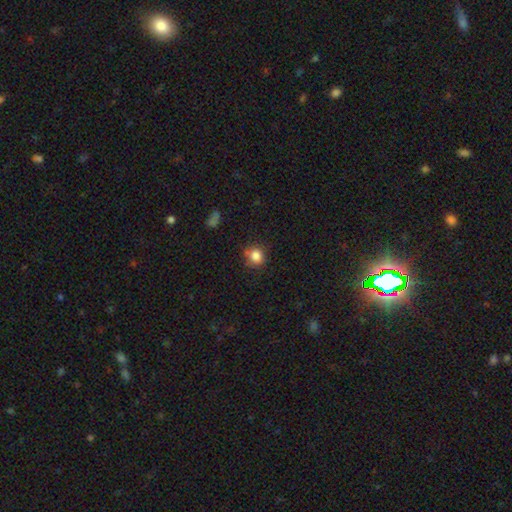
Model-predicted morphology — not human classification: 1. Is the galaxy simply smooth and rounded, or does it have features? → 83% smooth, 11% star or artifact, 6% featured or disk.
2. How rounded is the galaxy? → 81% round, 18% in between, 1% cigar-shaped.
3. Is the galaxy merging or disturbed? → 74% none, 18% minor disturbance, 4% merger, 4% major disturbance.